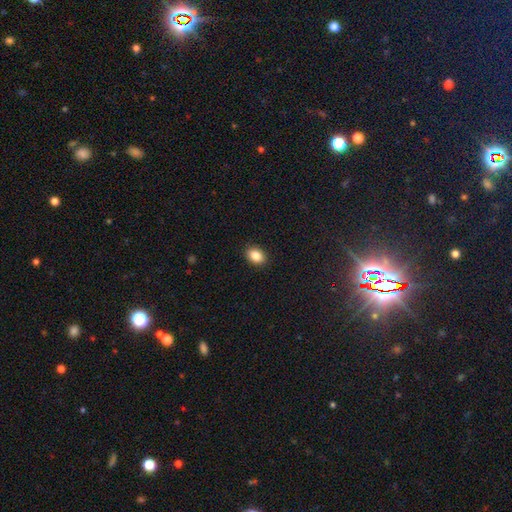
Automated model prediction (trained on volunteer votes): Smooth or featured? Predicted: smooth (p=0.86). How rounded? Predicted: in between (p=0.75). Merging? Predicted: none (p=0.90).